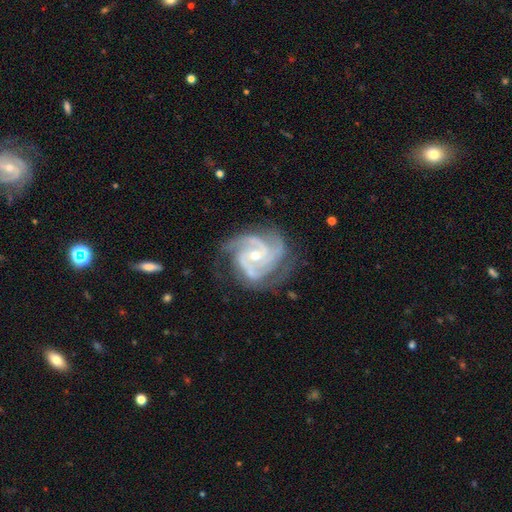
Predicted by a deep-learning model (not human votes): This is clearly a featured or disk galaxy (92%). It is clearly not viewed edge-on (98%). Bar: likely no (62%). Spiral arm pattern: clearly yes (98%). Spiral arm count: possibly 3 (60%). Spiral winding: possibly tight (57%). Central bulge: possibly small (56%). Merging: likely none (69%).